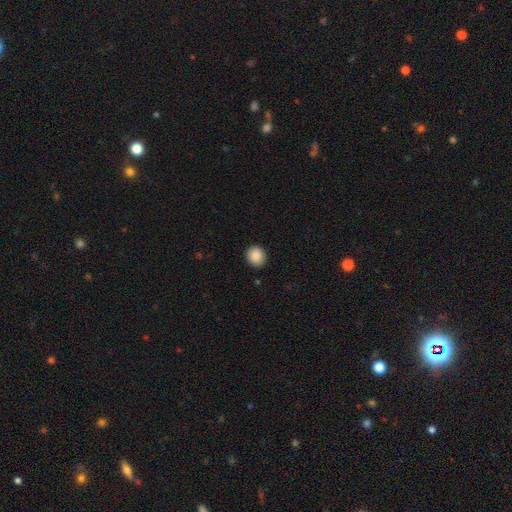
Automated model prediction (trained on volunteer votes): Morphology: type=smooth (89%); roundness=round (84%); merging=none (91%).